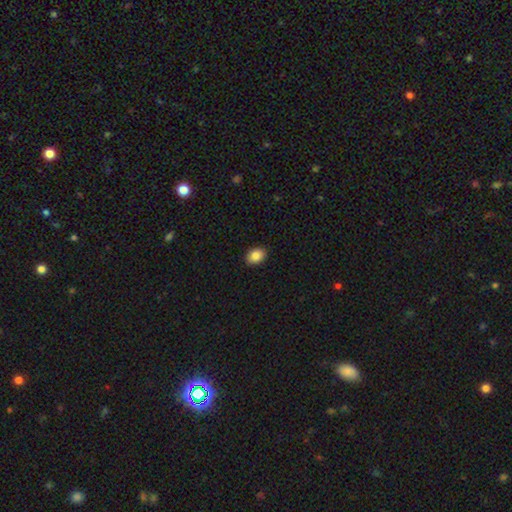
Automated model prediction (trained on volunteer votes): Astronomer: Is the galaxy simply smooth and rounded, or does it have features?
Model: smooth — 87%.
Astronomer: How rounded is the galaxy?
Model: in between — 74%.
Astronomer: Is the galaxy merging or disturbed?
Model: none — 90%.